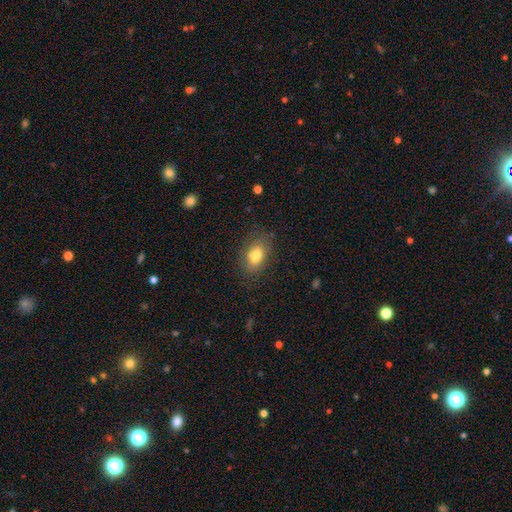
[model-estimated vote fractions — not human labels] Smooth or featured? Predicted: smooth (p=0.79). How rounded? Predicted: in between (p=0.86). Merging? Predicted: none (p=0.80).